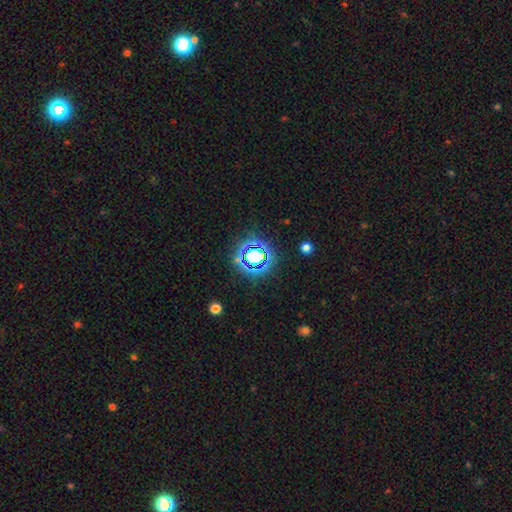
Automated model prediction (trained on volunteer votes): A star or artifact, not a galaxy (66%).